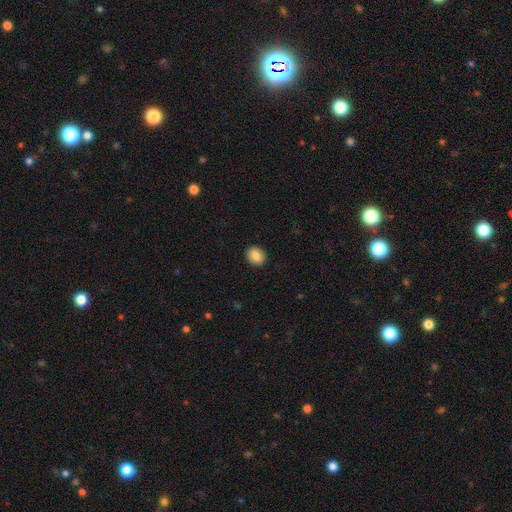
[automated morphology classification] Smooth or featured?
  - smooth: 88% *
  - star or artifact: 8%
  - featured or disk: 4%
How rounded?
  - round: 54% *
  - in between: 45%
  - cigar-shaped: 1%
Merging?
  - none: 91% *
  - minor disturbance: 6%
  - major disturbance: 2%
  - merger: 1%